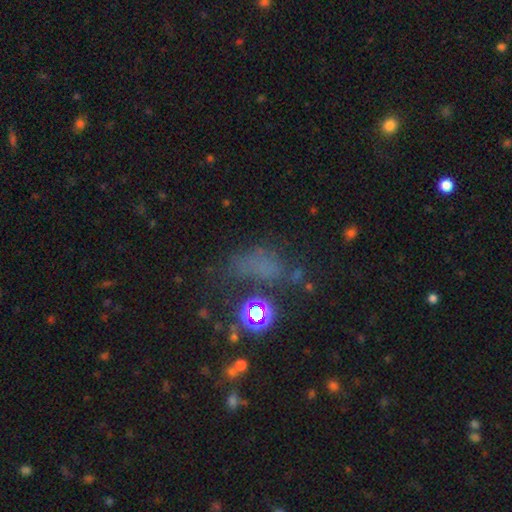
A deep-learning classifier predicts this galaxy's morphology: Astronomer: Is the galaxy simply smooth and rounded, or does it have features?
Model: smooth — 46% (runner-up: star or artifact, 39%).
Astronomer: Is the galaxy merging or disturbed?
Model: none — 44% (runner-up: major disturbance, 27%).